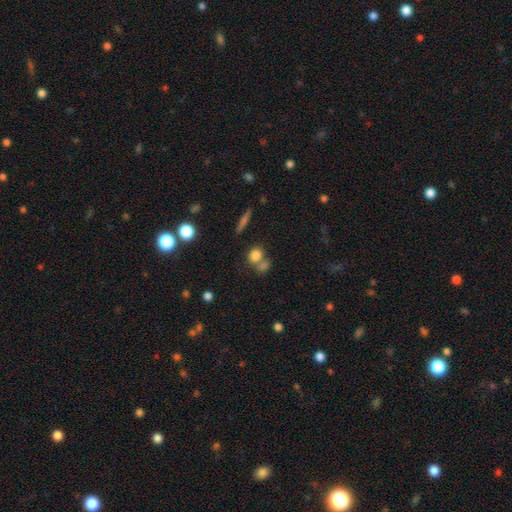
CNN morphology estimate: smooth-or-featured: smooth: 78% | star or artifact: 12% | featured or disk: 10%
  how-rounded: round: 71% | in between: 26% | cigar-shaped: 3%
  merging: none: 48% | merger: 39% | minor disturbance: 9% | major disturbance: 4%